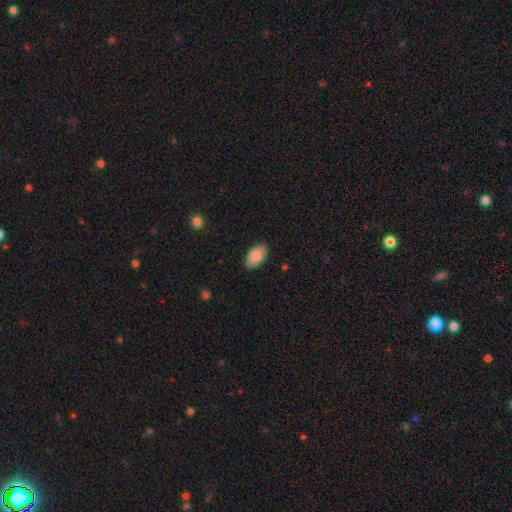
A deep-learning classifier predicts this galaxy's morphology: Smooth or featured: smooth — 89% (star or artifact — 6%)
How rounded: in between — 95% (round — 4%)
Merging: none — 86% (minor disturbance — 11%)